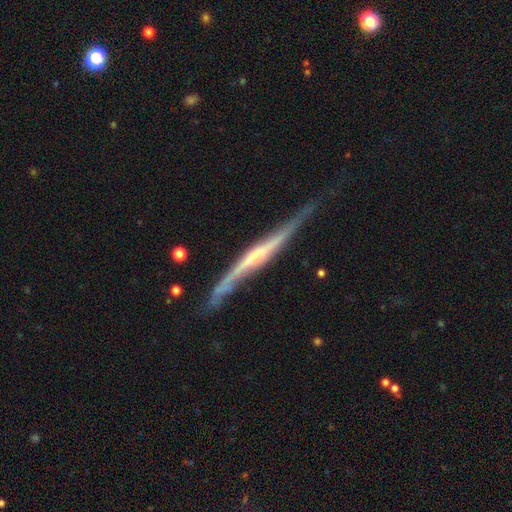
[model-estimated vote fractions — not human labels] Q: Smooth or featured?
A: featured or disk (79%); runner-up: smooth (16%)
Q: Edge-on disk?
A: yes (91%); runner-up: no (9%)
Q: Edge-on bulge?
A: none (46%); runner-up: rounded (33%)
Q: Merging?
A: none (60%); runner-up: minor disturbance (28%)